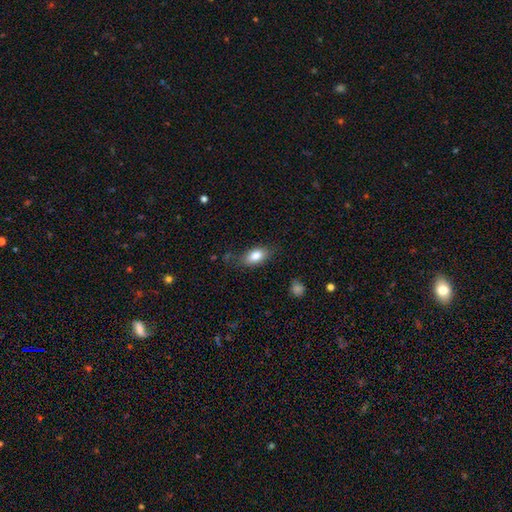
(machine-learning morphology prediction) Smooth or featured?
  - smooth: 83% *
  - featured or disk: 10%
  - star or artifact: 8%
How rounded?
  - in between: 88% *
  - round: 8%
  - cigar-shaped: 5%
Merging?
  - none: 75% *
  - minor disturbance: 18%
  - major disturbance: 5%
  - merger: 2%